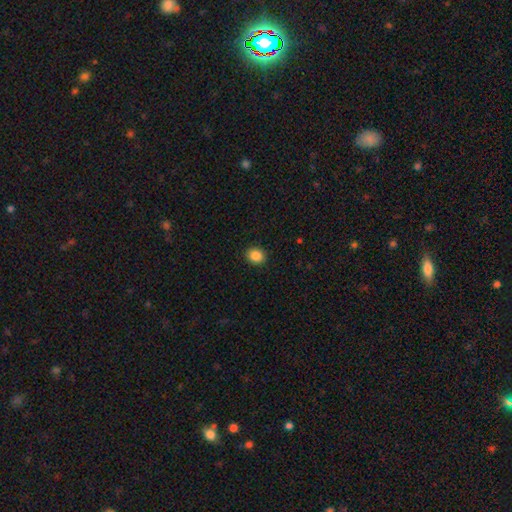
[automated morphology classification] smooth-or-featured: smooth: 87% | star or artifact: 9% | featured or disk: 4%
  how-rounded: round: 65% | in between: 34% | cigar-shaped: 1%
  merging: none: 91% | minor disturbance: 6% | major disturbance: 2% | merger: 1%